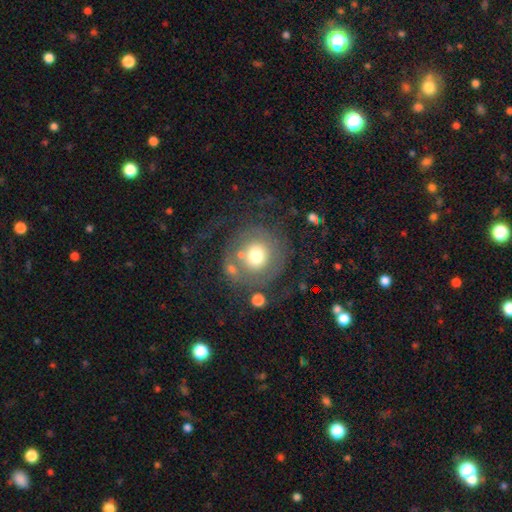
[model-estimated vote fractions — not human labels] Smooth or featured?
  - smooth: 47% *
  - featured or disk: 43%
  - star or artifact: 11%
Merging?
  - none: 58% *
  - major disturbance: 22%
  - minor disturbance: 14%
  - merger: 6%